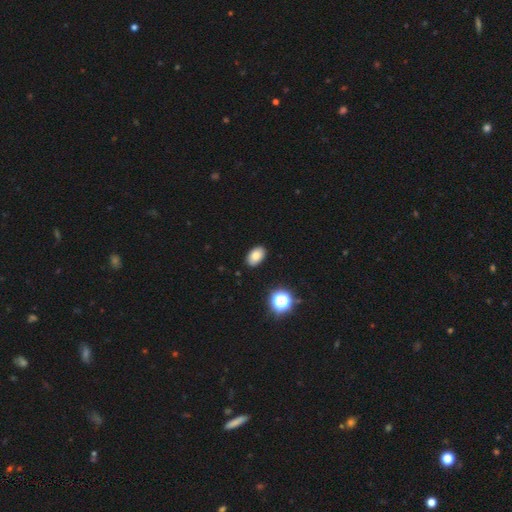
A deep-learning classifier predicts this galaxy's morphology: Q: Smooth or featured?
A: smooth (81%); runner-up: star or artifact (11%)
Q: How rounded?
A: in between (90%); runner-up: round (9%)
Q: Merging?
A: none (89%); runner-up: minor disturbance (8%)